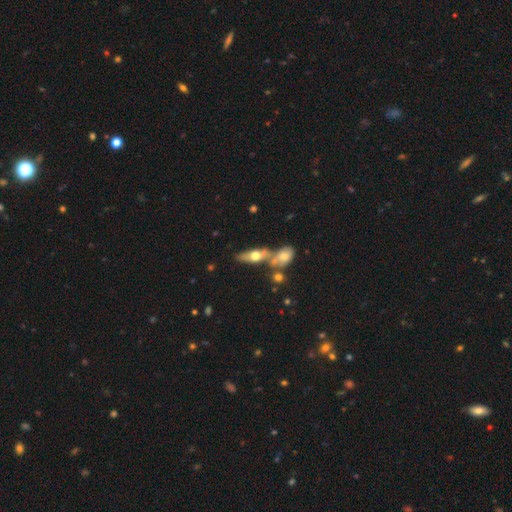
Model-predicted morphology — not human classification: smooth_or_featured: smooth (p=0.47) [alt: featured or disk p=0.45]
merging: none (p=0.45) [alt: merger p=0.39]